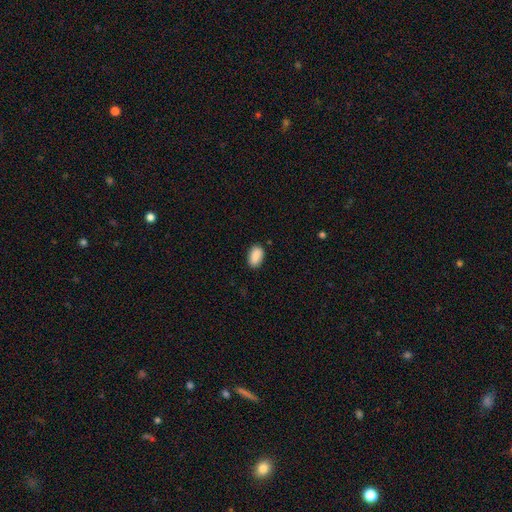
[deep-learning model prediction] Smooth or featured? Predicted: smooth (p=0.89). How rounded? Predicted: in between (p=0.92). Merging? Predicted: none (p=0.84).